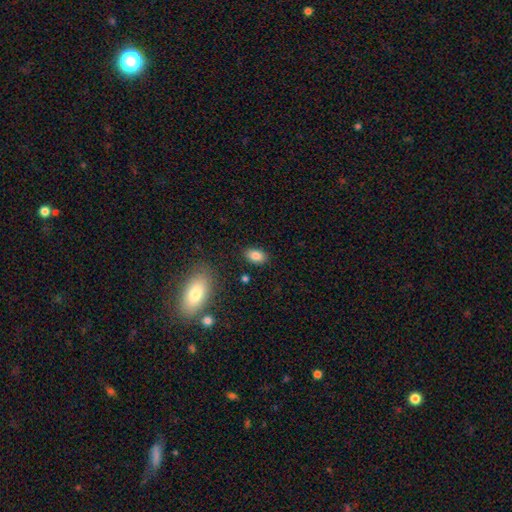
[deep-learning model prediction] Smooth or featured: smooth — 85% (star or artifact — 8%)
How rounded: in between — 89% (round — 9%)
Merging: none — 85% (minor disturbance — 10%)